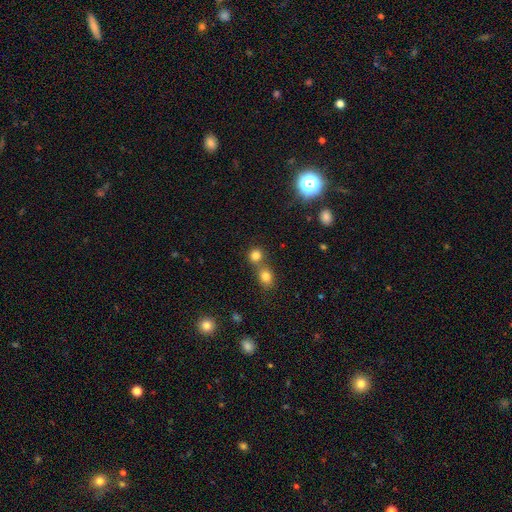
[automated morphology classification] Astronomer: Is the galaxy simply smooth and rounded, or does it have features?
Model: smooth — 79%.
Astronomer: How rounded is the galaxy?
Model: round — 84%.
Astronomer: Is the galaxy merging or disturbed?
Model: none — 52% (runner-up: merger, 40%).